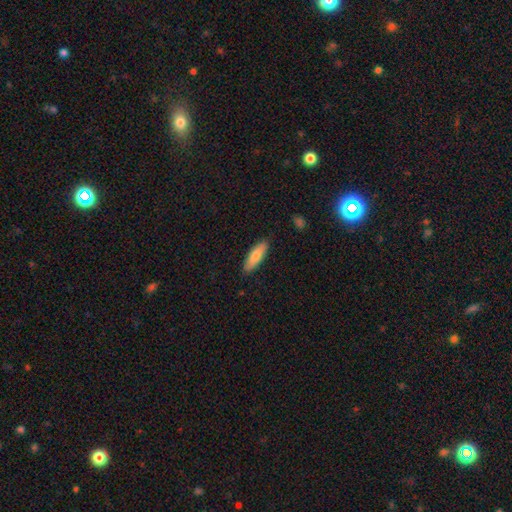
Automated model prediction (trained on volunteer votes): smooth 79%, featured or disk 15%, star or artifact 6%. Down the decision tree: how rounded — in between (50%); merging — none (87%).